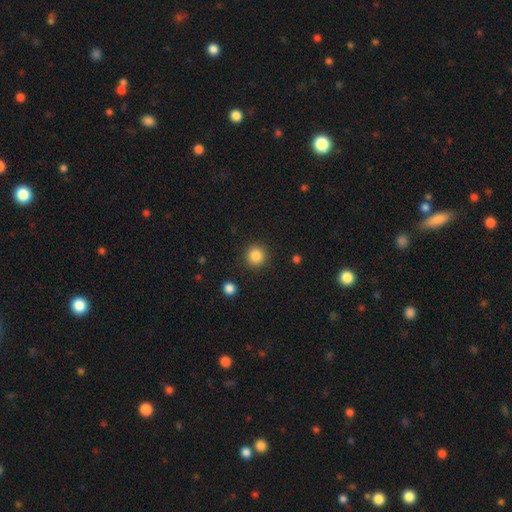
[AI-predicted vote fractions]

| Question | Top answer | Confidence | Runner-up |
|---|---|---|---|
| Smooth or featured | smooth | 86% | star or artifact (10%) |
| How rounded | round | 94% | in between (5%) |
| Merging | none | 90% | minor disturbance (6%) |